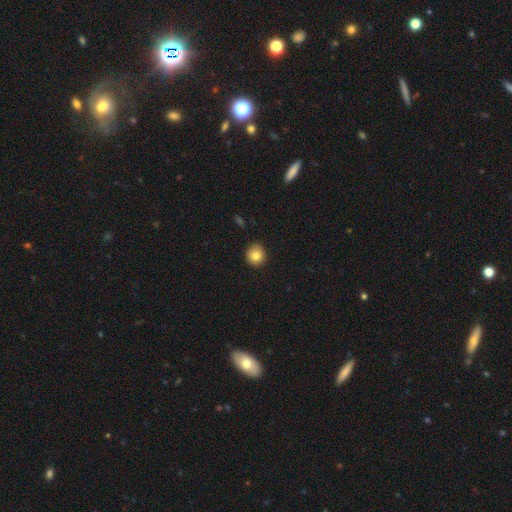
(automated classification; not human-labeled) This appears to be a smooth galaxy with no disk features (84%) that is round (88%). Merging: none (88%).